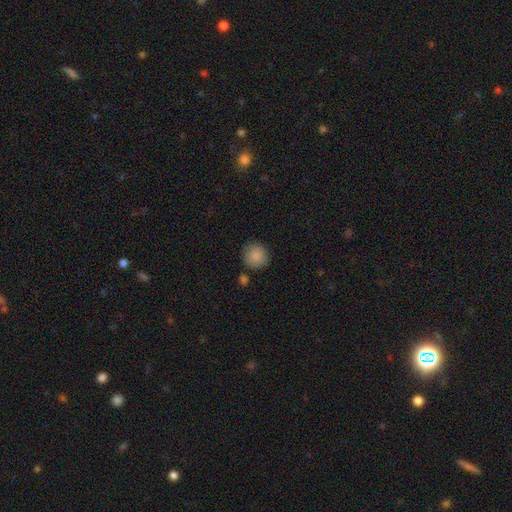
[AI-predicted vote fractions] Smooth or featured?
  - smooth: 88% *
  - star or artifact: 7%
  - featured or disk: 4%
How rounded?
  - round: 92% *
  - in between: 7%
  - cigar-shaped: 1%
Merging?
  - none: 81% *
  - minor disturbance: 11%
  - merger: 5%
  - major disturbance: 3%